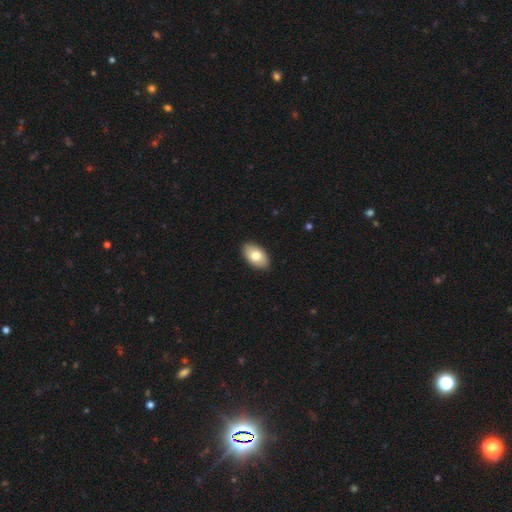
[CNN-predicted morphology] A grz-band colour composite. It shows a smooth galaxy with no disk features (76%) that is in between round and cigar-shaped (94%). Merging: none (90%).